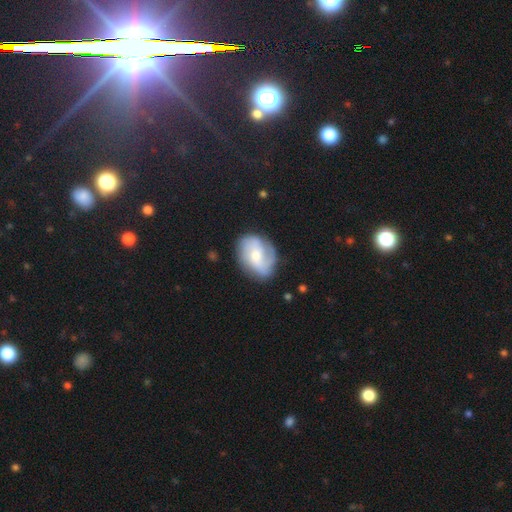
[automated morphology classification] smooth-or-featured: featured or disk: 66% | smooth: 28% | star or artifact: 6%
  disk-edge-on: no: 97% | yes: 3%
    bar: no: 56% | weak: 35% | strong: 8%
    has-spiral-arms: yes: 89% | no: 11%
      spiral-winding: medium: 42% | loose: 32% | tight: 27%
      spiral-arm-count: 2: 53% | can't tell: 19% | 3: 15% | 1: 7% | 4: 3% | more than 4: 3%
    bulge-size: moderate: 53% | small: 40% | large: 5% | none: 2% | dominant: 1%
  merging: none: 71% | minor disturbance: 19% | major disturbance: 8% | merger: 2%